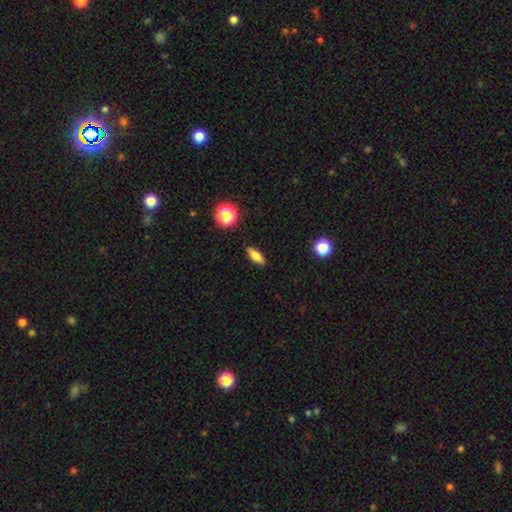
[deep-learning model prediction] Morphology: type=smooth (75%); roundness=in between (64%); merging=none (89%).